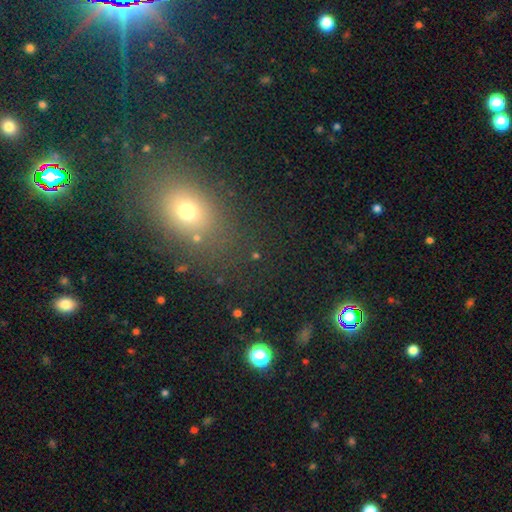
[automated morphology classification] smooth_or_featured: smooth (p=0.50) [alt: star or artifact p=0.38]
how_rounded: round (p=0.63) [alt: in between p=0.33]
merging: none (p=0.76) [alt: minor disturbance p=0.11]